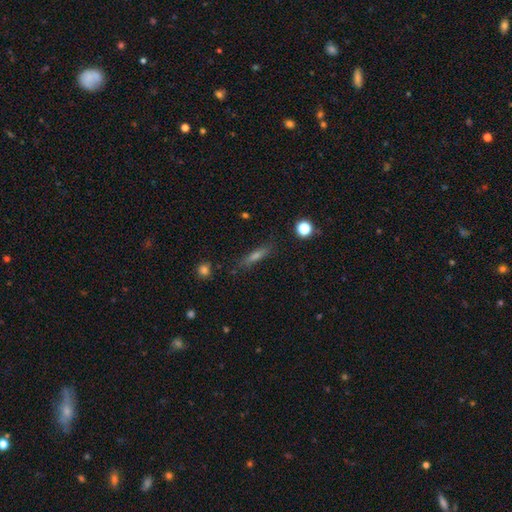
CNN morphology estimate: This appears to be a smooth galaxy with no disk features (52%) that is cigar-shaped (81%). Merging: none (82%).